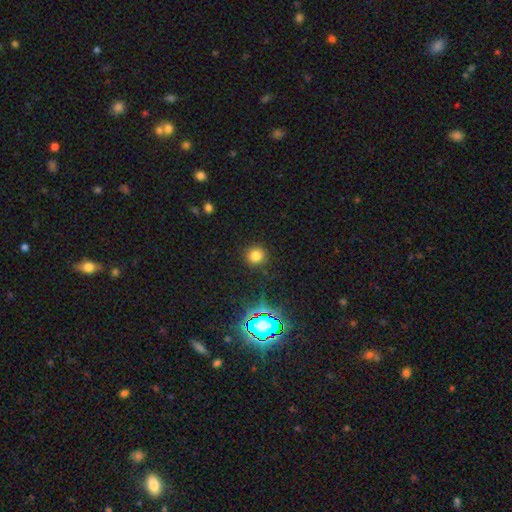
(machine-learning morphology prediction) This appears to be a smooth galaxy with no disk features (76%) that is round (90%). Merging: none (89%).